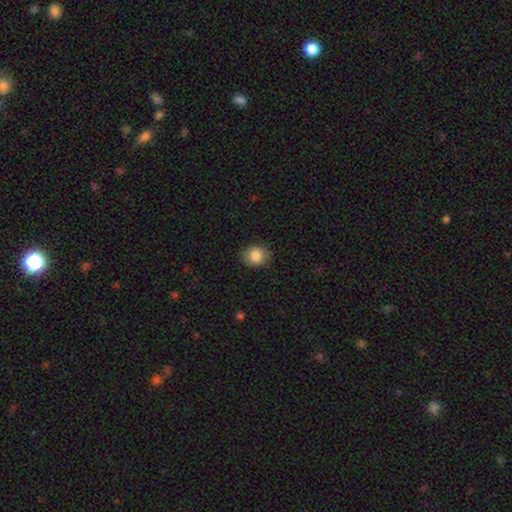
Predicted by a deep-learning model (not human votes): smooth-or-featured: smooth: 84% | star or artifact: 8% | featured or disk: 7%
  how-rounded: round: 55% | in between: 44% | cigar-shaped: 1%
  merging: none: 85% | minor disturbance: 12% | major disturbance: 3% | merger: 1%